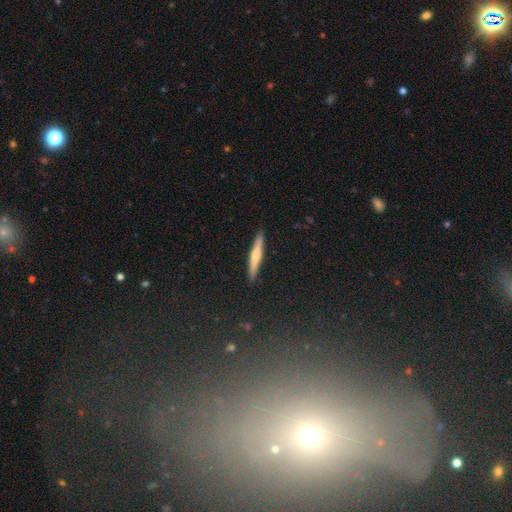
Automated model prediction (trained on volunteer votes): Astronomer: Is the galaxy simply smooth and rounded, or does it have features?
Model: smooth — 48% (runner-up: featured or disk, 45%).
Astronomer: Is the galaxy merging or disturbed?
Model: none — 91%.